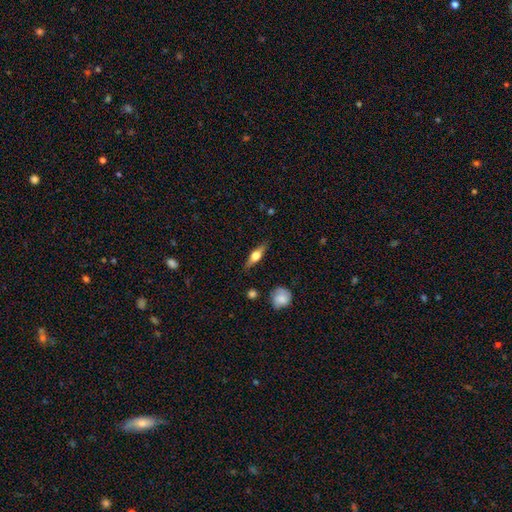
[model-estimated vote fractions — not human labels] Q: Smooth or featured?
A: featured or disk (51%); runner-up: smooth (43%)
Q: Edge-on disk?
A: yes (92%); runner-up: no (8%)
Q: Merging?
A: none (84%); runner-up: minor disturbance (11%)